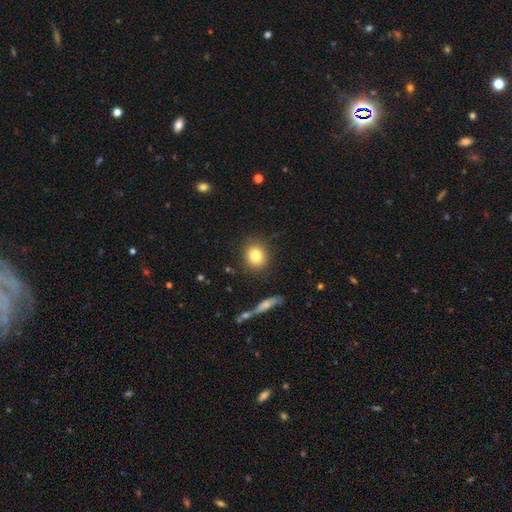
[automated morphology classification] type=smooth (82%); roundness=round (74%); merging=none (86%).